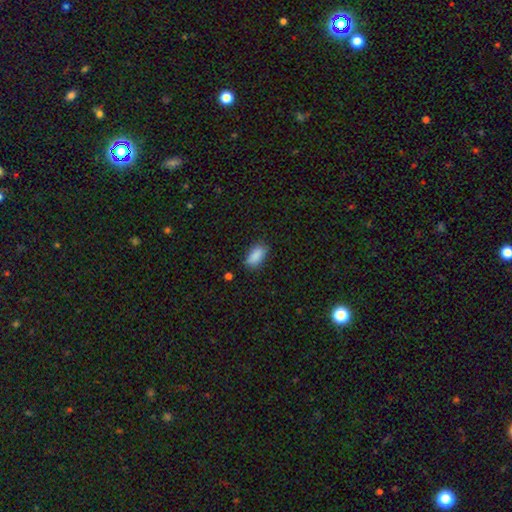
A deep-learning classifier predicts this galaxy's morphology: The model was most divided on "merging": none: 76%, minor disturbance: 19%, major disturbance: 4%, merger: 2%. More confident: how rounded — in between (89%); smooth or featured — smooth (87%).